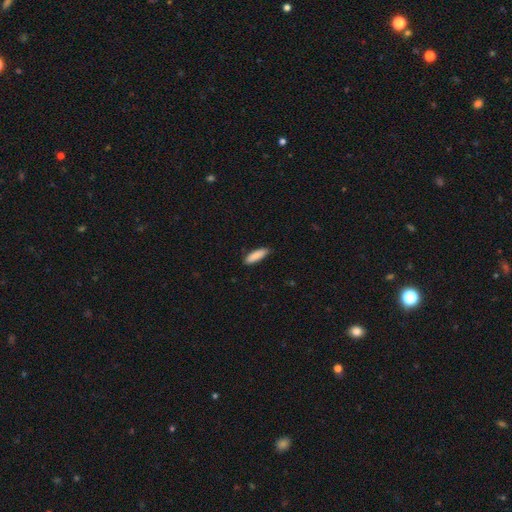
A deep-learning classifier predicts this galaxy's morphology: smooth-or-featured: smooth: 89% | star or artifact: 6% | featured or disk: 5%
  how-rounded: cigar-shaped: 52% | in between: 47% | round: 1%
  merging: none: 85% | minor disturbance: 12% | major disturbance: 2% | merger: 1%